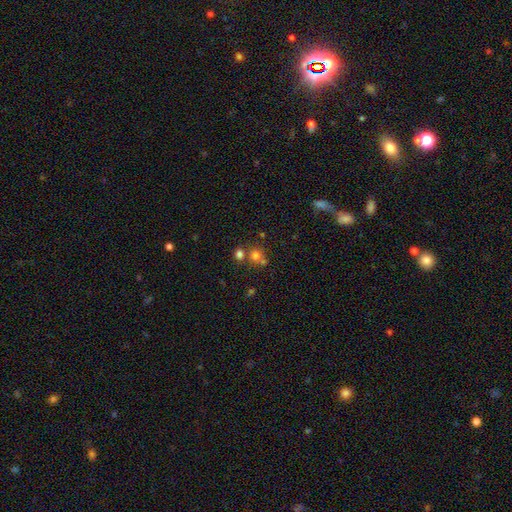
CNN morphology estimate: The model was most divided on "merging": none: 54%, merger: 34%, minor disturbance: 8%, major disturbance: 4%. More confident: how rounded — round (85%); smooth or featured — smooth (70%).